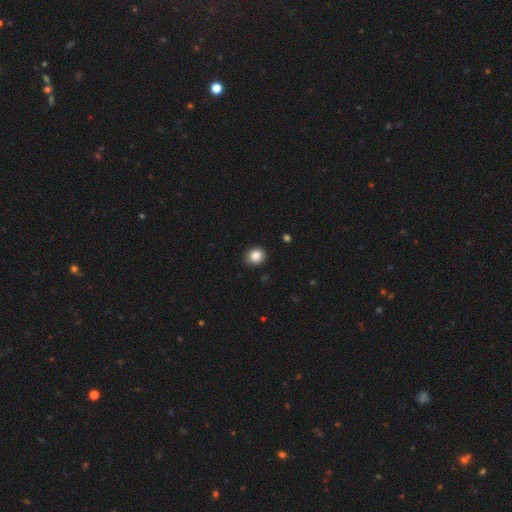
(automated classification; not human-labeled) A smooth galaxy with no disk features (86%) that is round (82%).

Vote fractions:
- Smooth or featured? smooth: 86% / star or artifact: 10% / featured or disk: 4%
- How rounded? round: 82% / in between: 17% / cigar-shaped: 1%
- Merging? none: 84% / minor disturbance: 12% / major disturbance: 2% / merger: 1%